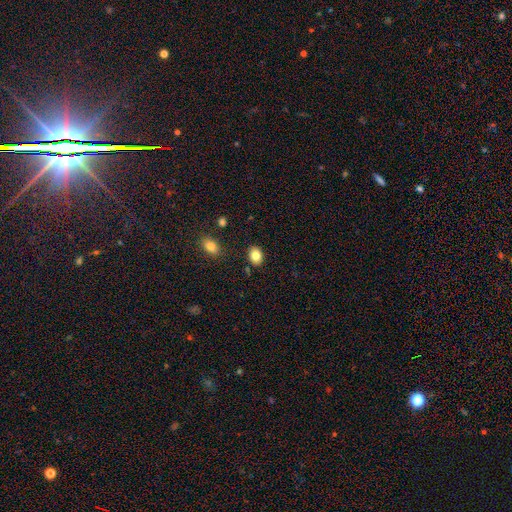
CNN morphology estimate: smooth_or_featured: smooth (p=0.83) [alt: star or artifact p=0.09]
how_rounded: in between (p=0.68) [alt: round p=0.31]
merging: none (p=0.86) [alt: minor disturbance p=0.09]